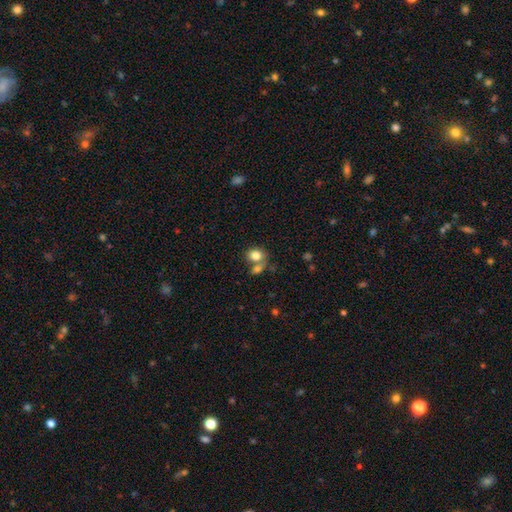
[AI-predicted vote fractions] smooth-or-featured: smooth: 81% | featured or disk: 10% | star or artifact: 10%
  how-rounded: round: 54% | in between: 45% | cigar-shaped: 1%
  merging: none: 45% | merger: 40% | minor disturbance: 11% | major disturbance: 5%